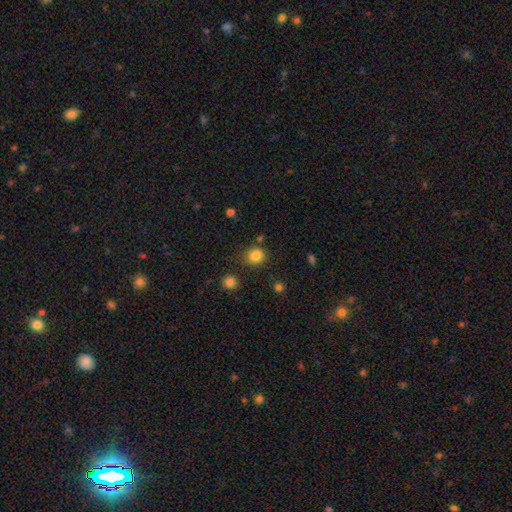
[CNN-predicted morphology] Overall: smooth (84%). How rounded: round (86%). Merging: none (80%).